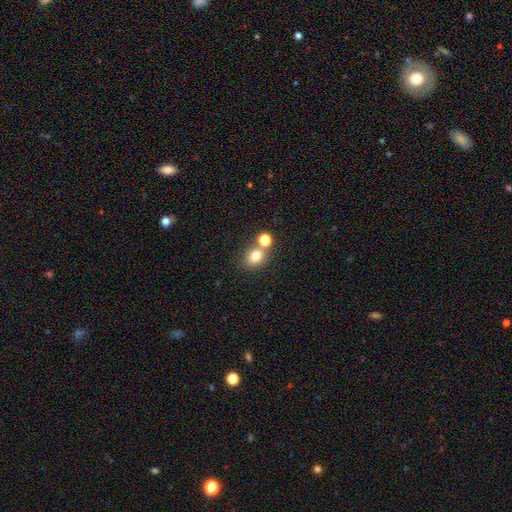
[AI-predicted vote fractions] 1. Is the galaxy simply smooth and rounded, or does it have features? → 77% smooth, 14% star or artifact, 9% featured or disk.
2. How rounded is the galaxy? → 63% round, 36% in between, 1% cigar-shaped.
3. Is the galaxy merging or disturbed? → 60% none, 27% merger, 9% minor disturbance, 3% major disturbance.